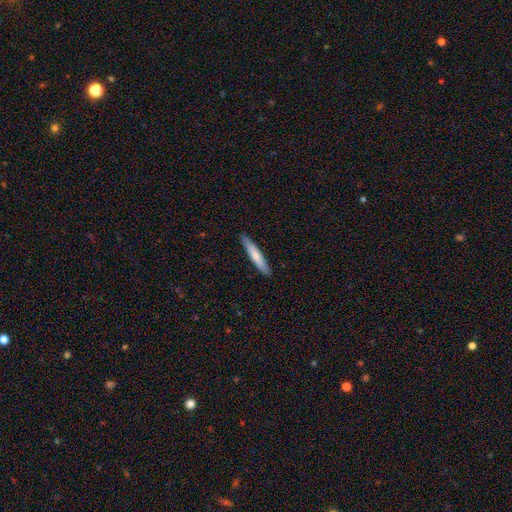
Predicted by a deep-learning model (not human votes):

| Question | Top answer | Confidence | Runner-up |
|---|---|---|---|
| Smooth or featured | smooth | 69% | featured or disk (26%) |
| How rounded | cigar-shaped | 92% | in between (7%) |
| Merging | none | 89% | minor disturbance (9%) |